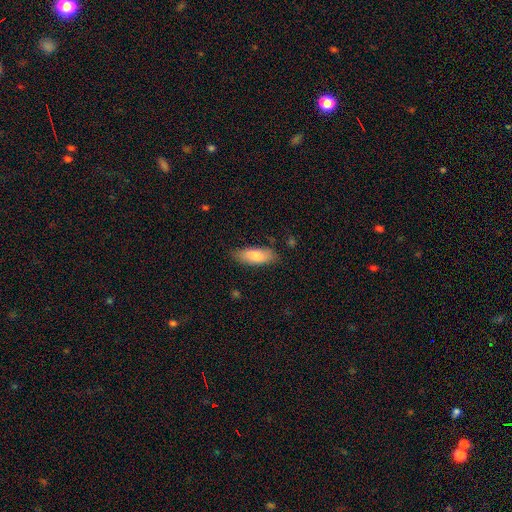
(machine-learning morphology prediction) Overall: smooth (82%). How rounded: in between (73%). Merging: none (79%).